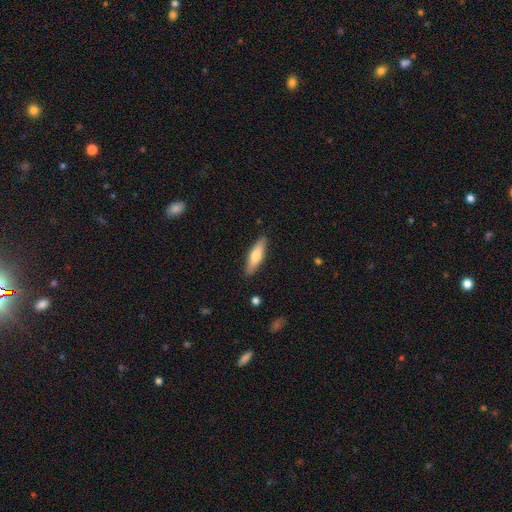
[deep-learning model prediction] Smooth or featured? Predicted: smooth (p=0.64). How rounded? Predicted: cigar-shaped (p=0.61). Merging? Predicted: none (p=0.89).